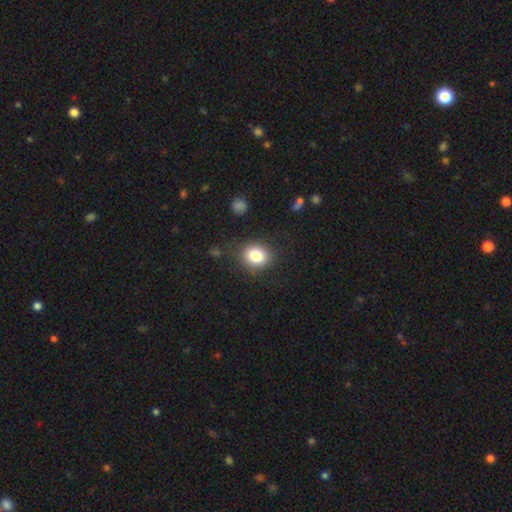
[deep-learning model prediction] smooth_or_featured: smooth (p=0.82) [alt: star or artifact p=0.10]
how_rounded: round (p=0.61) [alt: in between p=0.38]
merging: none (p=0.83) [alt: minor disturbance p=0.11]